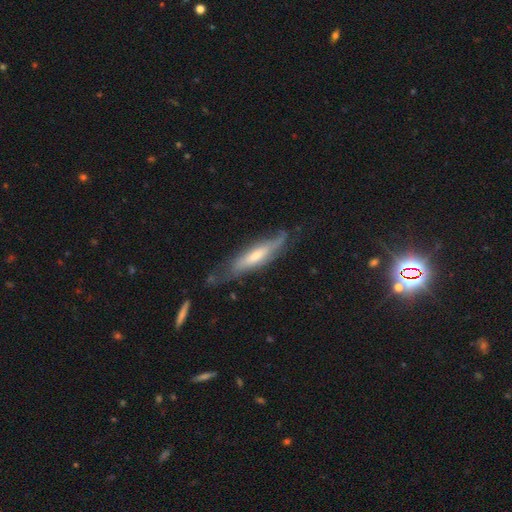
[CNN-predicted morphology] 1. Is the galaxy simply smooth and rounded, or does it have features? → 59% featured or disk, 35% smooth, 6% star or artifact.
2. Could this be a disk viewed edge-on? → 63% yes, 37% no.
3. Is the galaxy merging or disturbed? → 59% none, 26% minor disturbance, 12% major disturbance, 3% merger.